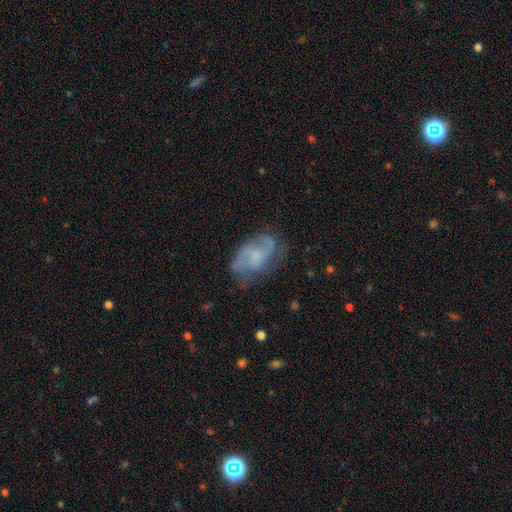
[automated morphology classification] This is likely a featured or disk galaxy (65%). It is clearly not viewed edge-on (97%). Bar: possibly no (60%). Spiral arm pattern: clearly yes (84%). Spiral arm count: possibly 2 (50%). Spiral winding: marginally medium (43%). Central bulge: possibly none (46%). Merging: possibly none (59%).